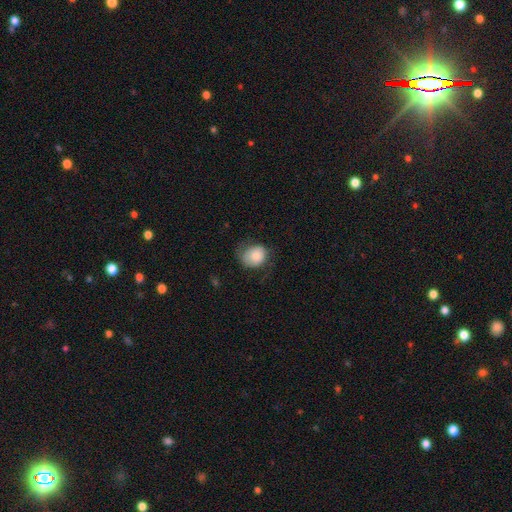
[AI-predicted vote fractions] Q: Smooth or featured?
A: smooth (72%); runner-up: featured or disk (20%)
Q: How rounded?
A: round (66%); runner-up: in between (33%)
Q: Merging?
A: none (57%); runner-up: minor disturbance (26%)